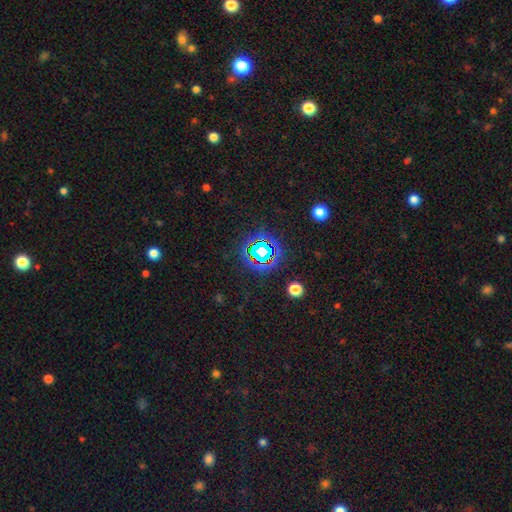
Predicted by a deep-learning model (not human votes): Smooth or featured? Predicted: star or artifact (p=0.76).